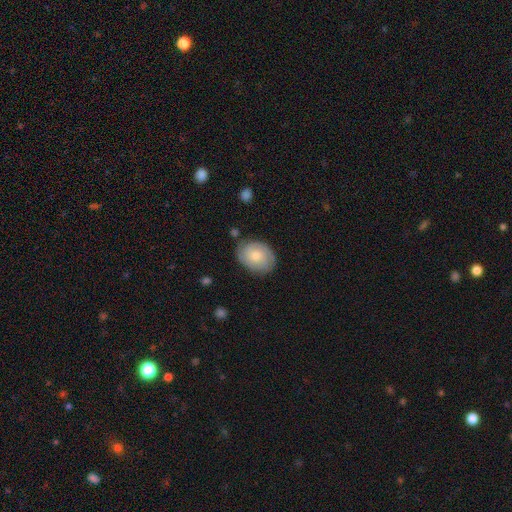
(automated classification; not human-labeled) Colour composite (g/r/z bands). It shows a featured or disk galaxy (48%). Merging: none (78%).